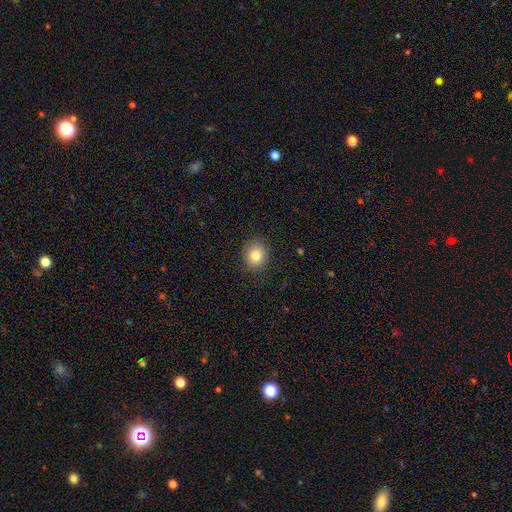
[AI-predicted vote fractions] This appears to be a smooth galaxy with no disk features (82%) that is round (73%). Merging: none (87%).